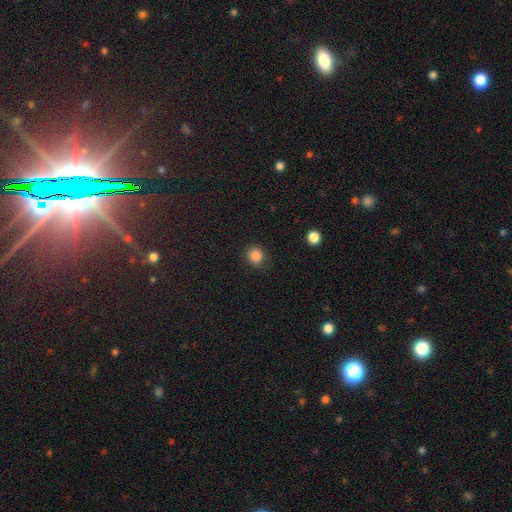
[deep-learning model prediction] A smooth galaxy with no disk features (85%) that is round (88%).

Vote fractions:
- Smooth or featured? smooth: 85% / star or artifact: 11% / featured or disk: 4%
- How rounded? round: 88% / in between: 11% / cigar-shaped: 1%
- Merging? none: 87% / minor disturbance: 9% / major disturbance: 3% / merger: 1%